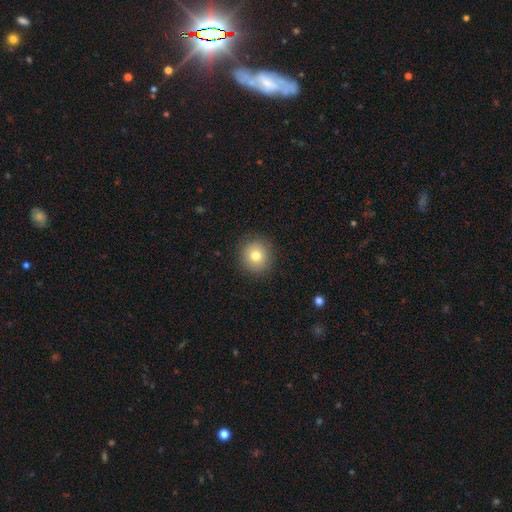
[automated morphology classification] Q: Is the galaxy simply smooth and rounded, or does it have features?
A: smooth — 77%.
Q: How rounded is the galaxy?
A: round — 93%.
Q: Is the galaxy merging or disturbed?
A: none — 90%.